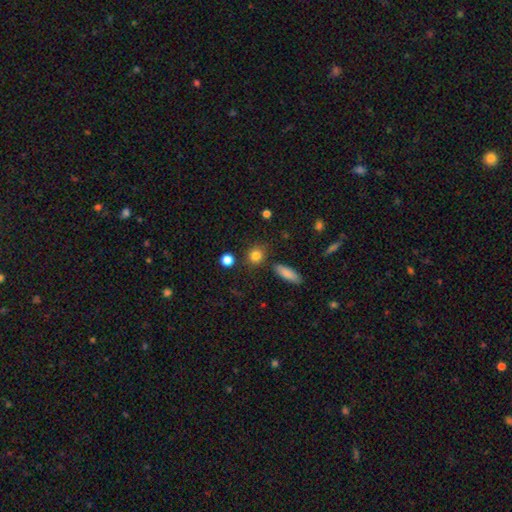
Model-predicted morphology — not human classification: This appears to be a smooth galaxy with no disk features (83%) that is round (80%). Merging: none (82%).